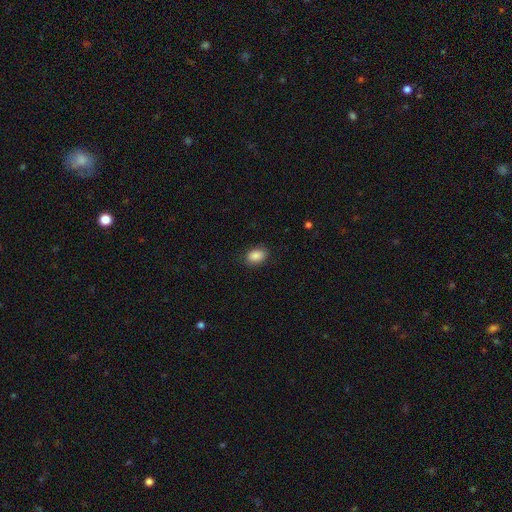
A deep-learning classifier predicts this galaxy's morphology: This appears to be a smooth galaxy with no disk features (88%) that is in between round and cigar-shaped (83%). Merging: none (85%).